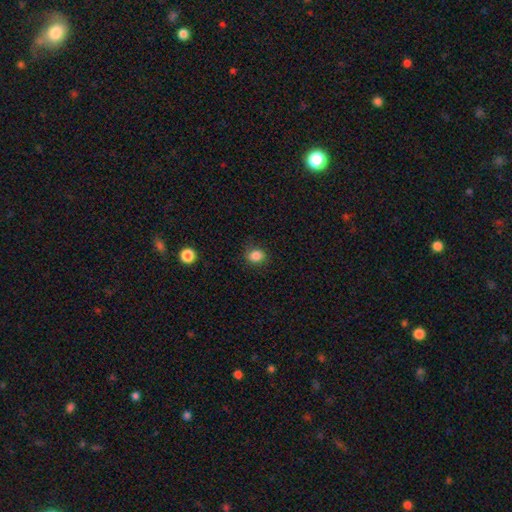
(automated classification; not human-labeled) smooth-or-featured: smooth: 84% | star or artifact: 10% | featured or disk: 6%
  how-rounded: round: 57% | in between: 42% | cigar-shaped: 1%
  merging: none: 78% | minor disturbance: 17% | major disturbance: 5% | merger: 1%